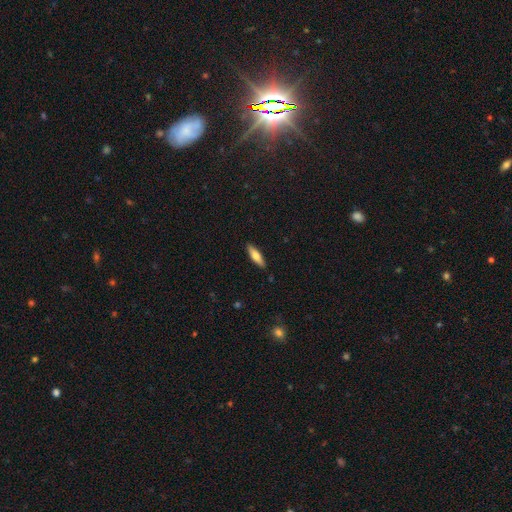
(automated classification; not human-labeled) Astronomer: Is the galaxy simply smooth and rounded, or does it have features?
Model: smooth — 69%.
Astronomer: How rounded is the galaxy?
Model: cigar-shaped — 62%.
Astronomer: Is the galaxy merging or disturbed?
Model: none — 89%.